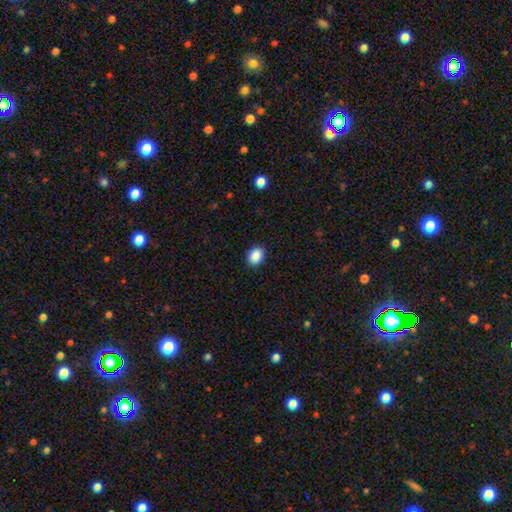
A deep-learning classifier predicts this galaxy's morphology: The model was most divided on "how rounded": in between: 56%, round: 44%, cigar-shaped: 1%. More confident: merging — none (91%); smooth or featured — smooth (89%).